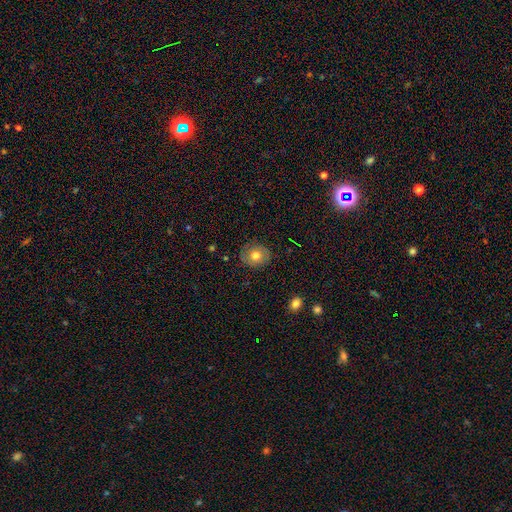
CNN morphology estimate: smooth_or_featured: smooth (p=0.66) [alt: featured or disk p=0.25]
how_rounded: round (p=0.76) [alt: in between p=0.23]
merging: none (p=0.83) [alt: minor disturbance p=0.13]